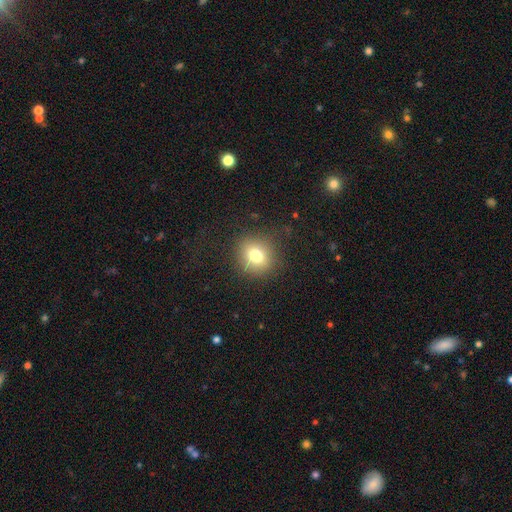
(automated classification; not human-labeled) Smooth or featured? Predicted: smooth (p=0.76). How rounded? Predicted: round (p=0.80). Merging? Predicted: none (p=0.85).